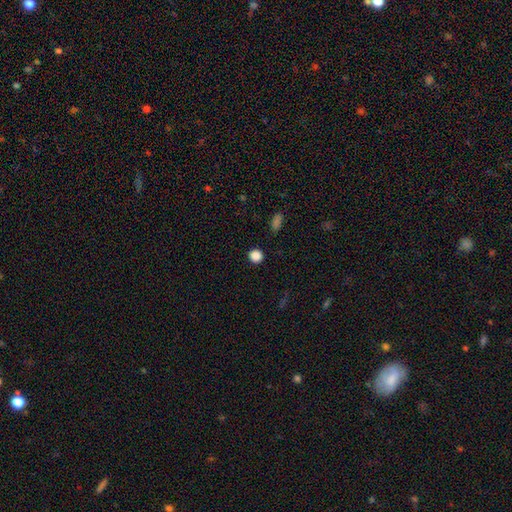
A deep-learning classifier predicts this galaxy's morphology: A smooth galaxy with no disk features (86%) that is round (93%).

Vote fractions:
- Smooth or featured? smooth: 86% / star or artifact: 11% / featured or disk: 3%
- How rounded? round: 93% / in between: 6% / cigar-shaped: 1%
- Merging? none: 92% / minor disturbance: 5% / major disturbance: 2% / merger: 1%